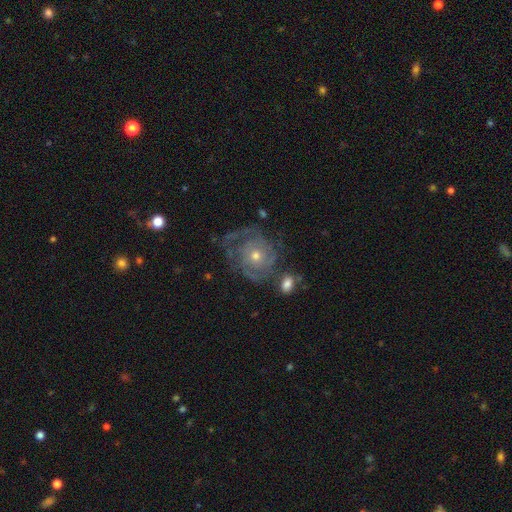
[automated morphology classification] A featured or disk galaxy (83%) with no bar (82%), tight (67%) spiral arms (92%) and a moderate central bulge (52%). Merging: none (58%).